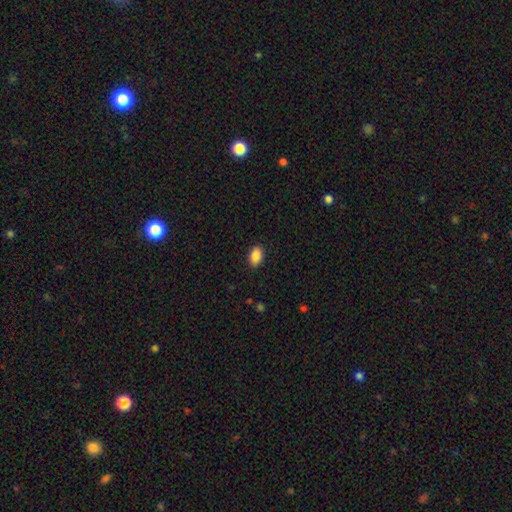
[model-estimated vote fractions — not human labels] smooth-or-featured: smooth: 88% | star or artifact: 8% | featured or disk: 4%
  how-rounded: in between: 88% | round: 10% | cigar-shaped: 2%
  merging: none: 89% | minor disturbance: 8% | major disturbance: 2% | merger: 1%